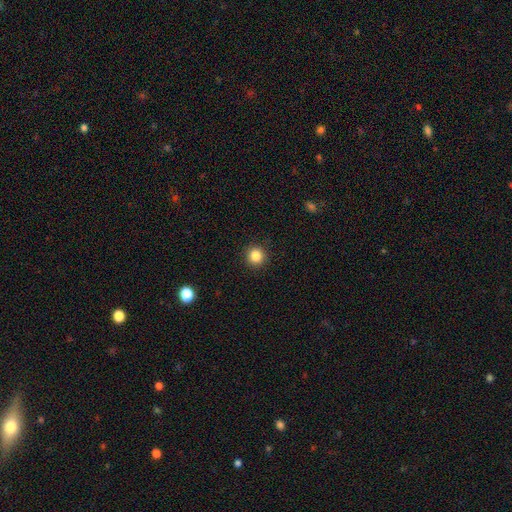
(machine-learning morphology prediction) Q: Smooth or featured?
A: smooth (85%); runner-up: star or artifact (11%)
Q: How rounded?
A: round (94%); runner-up: in between (5%)
Q: Merging?
A: none (92%); runner-up: minor disturbance (5%)